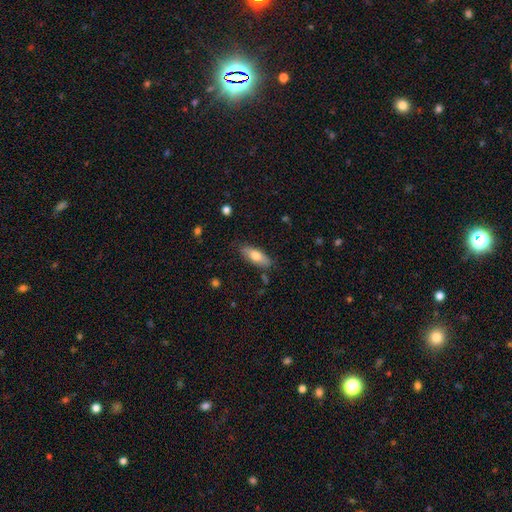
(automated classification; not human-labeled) Q: Smooth or featured?
A: smooth (71%); runner-up: featured or disk (23%)
Q: How rounded?
A: in between (70%); runner-up: cigar-shaped (27%)
Q: Merging?
A: none (81%); runner-up: minor disturbance (14%)